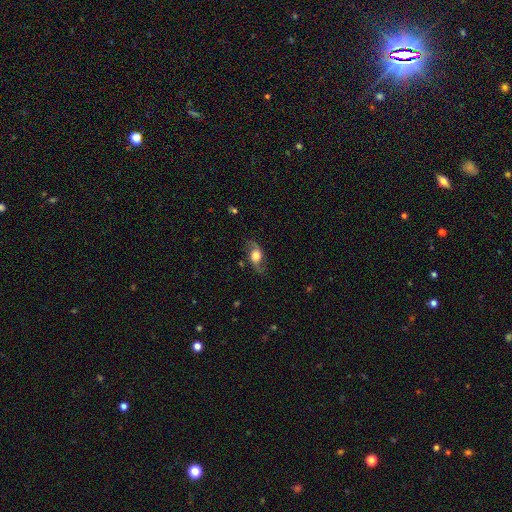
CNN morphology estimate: A featured or disk galaxy (64%) with no bar (64%), spiral arms (87%) and a large central bulge (51%).

Vote fractions:
- Smooth or featured? featured or disk: 64% / smooth: 28% / star or artifact: 8%
- Edge-on disk? no: 87% / yes: 13%
- Bar? no: 64% / weak: 27% / strong: 9%
- Spiral arms? yes: 87% / no: 13%
- Bulge size? large: 51% / moderate: 26% / dominant: 14% / small: 5% / none: 3%
- Merging? none: 74% / minor disturbance: 16% / major disturbance: 8% / merger: 1%